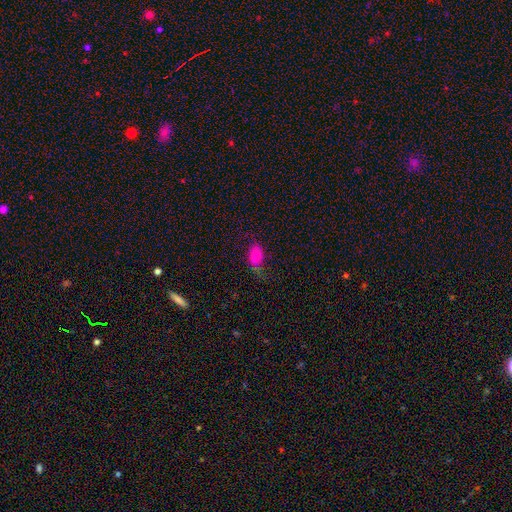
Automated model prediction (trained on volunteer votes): smooth 70%, featured or disk 20%, star or artifact 9%. Down the decision tree: how rounded — in between (89%); merging — none (48%).